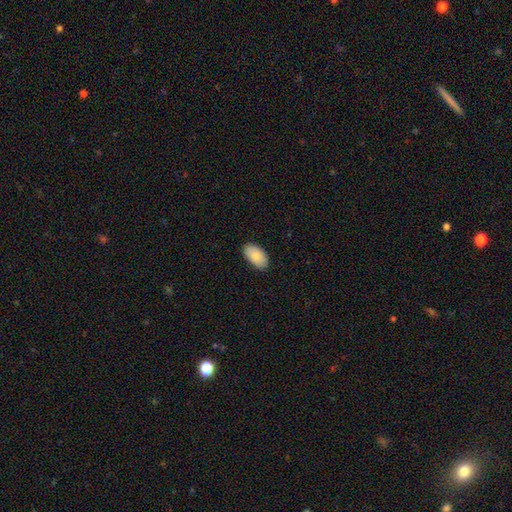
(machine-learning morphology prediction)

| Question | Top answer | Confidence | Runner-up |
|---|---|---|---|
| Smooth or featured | smooth | 84% | featured or disk (10%) |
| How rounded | in between | 95% | round (3%) |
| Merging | none | 87% | minor disturbance (11%) |